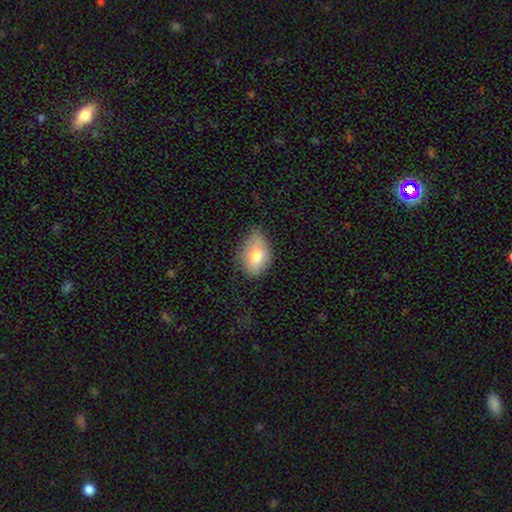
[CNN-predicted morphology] A smooth galaxy with no disk features (76%) that is in between round and cigar-shaped (85%). Merging: none (60%).